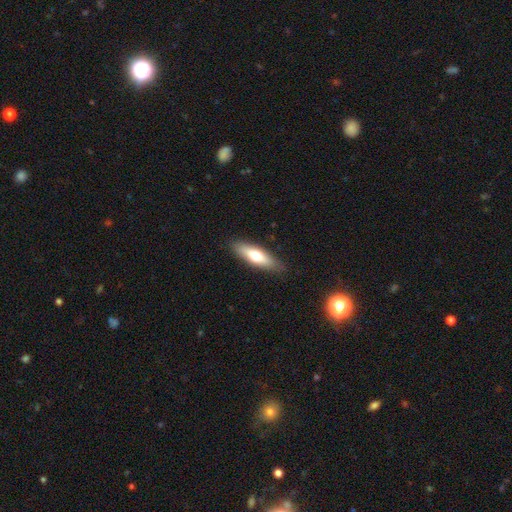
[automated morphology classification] This appears to be a smooth galaxy with no disk features (63%) that is cigar-shaped (55%). Merging: none (86%).